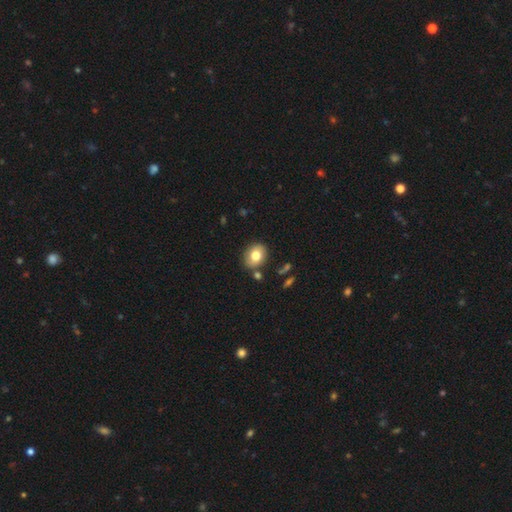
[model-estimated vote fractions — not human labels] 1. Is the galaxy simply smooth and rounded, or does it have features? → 77% smooth, 14% featured or disk, 9% star or artifact.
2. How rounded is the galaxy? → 53% in between, 46% round, 1% cigar-shaped.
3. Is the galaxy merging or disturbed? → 81% none, 11% minor disturbance, 5% merger, 2% major disturbance.